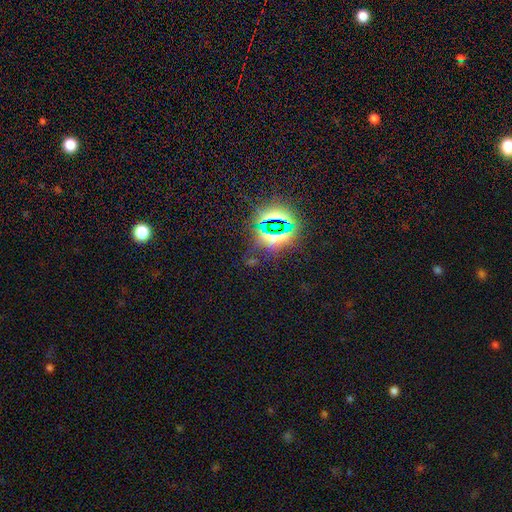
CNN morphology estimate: The model was most divided on "smooth or featured": star or artifact: 71%, smooth: 17%, featured or disk: 12%.